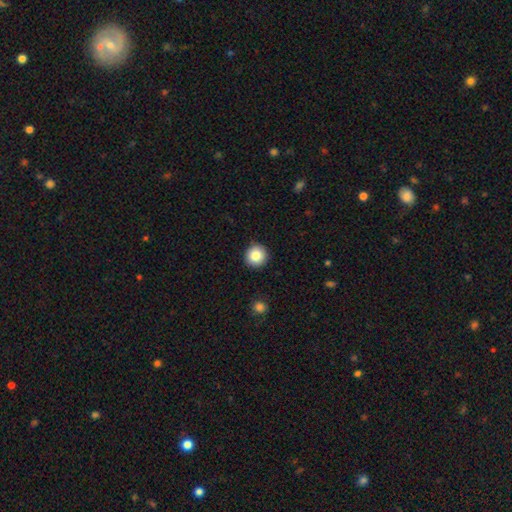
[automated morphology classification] A smooth galaxy with no disk features (84%) that is round (96%).

Vote fractions:
- Smooth or featured? smooth: 84% / star or artifact: 9% / featured or disk: 6%
- How rounded? round: 96% / in between: 3% / cigar-shaped: 1%
- Merging? none: 92% / minor disturbance: 5% / major disturbance: 2% / merger: 1%